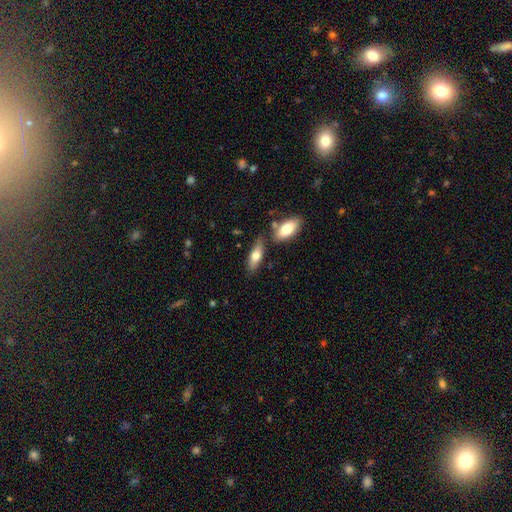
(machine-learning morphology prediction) smooth 73%, featured or disk 21%, star or artifact 6%. Down the decision tree: how rounded — in between (71%); merging — none (68%).